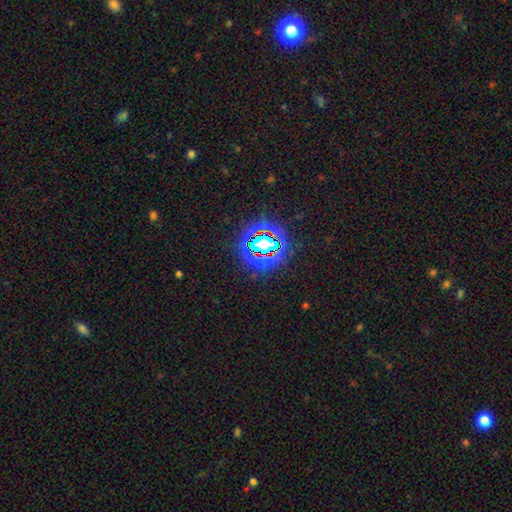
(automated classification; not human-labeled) The model was most divided on "smooth or featured": star or artifact: 83%, smooth: 10%, featured or disk: 7%.